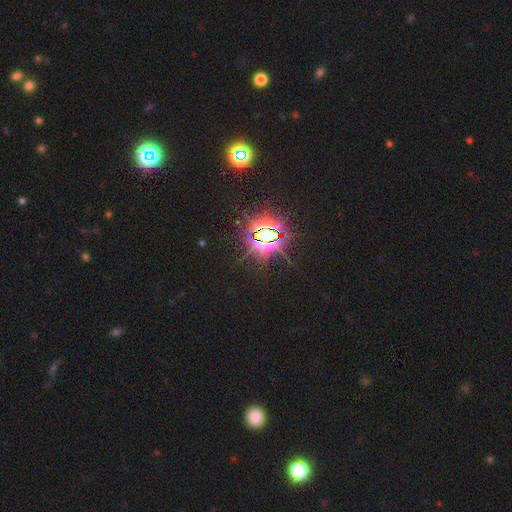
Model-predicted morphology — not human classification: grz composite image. It shows a star or artifact, not a galaxy (75%).